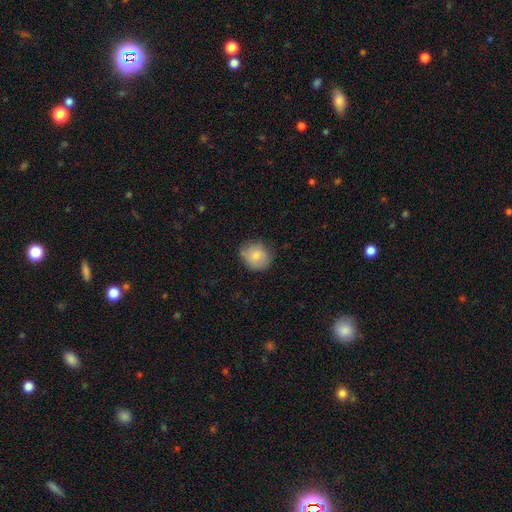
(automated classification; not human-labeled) This is likely a smooth galaxy (79%). How rounded: likely round (79%). Merging: likely none (73%).